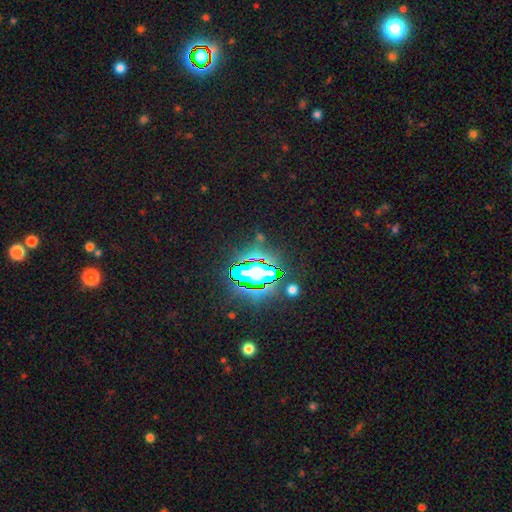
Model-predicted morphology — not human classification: The model was most divided on "smooth or featured": star or artifact: 83%, smooth: 10%, featured or disk: 7%.